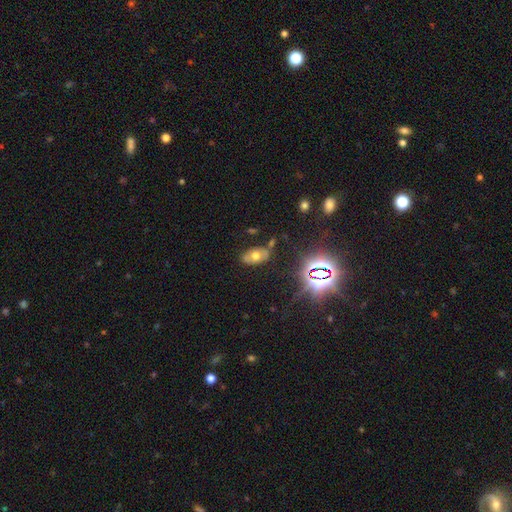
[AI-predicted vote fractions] This is possibly a smooth galaxy (49%). Merging: likely none (73%).